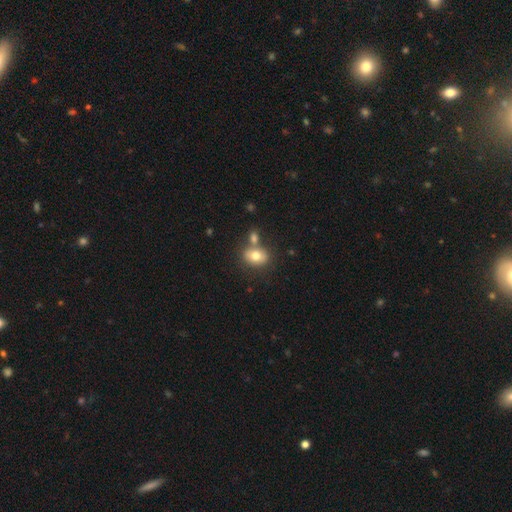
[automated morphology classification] Overall: smooth (76%). How rounded: in between (63%; round 36%). Merging: none (56%; merger 27%).